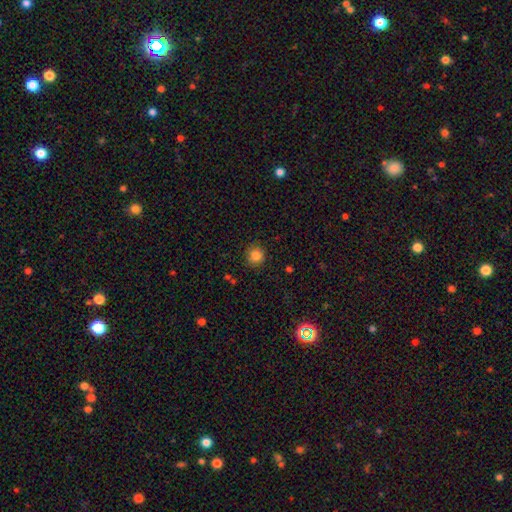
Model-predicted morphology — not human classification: Smooth or featured?
  - smooth: 85% *
  - star or artifact: 11%
  - featured or disk: 4%
How rounded?
  - round: 92% *
  - in between: 7%
  - cigar-shaped: 1%
Merging?
  - none: 88% *
  - minor disturbance: 8%
  - major disturbance: 2%
  - merger: 1%